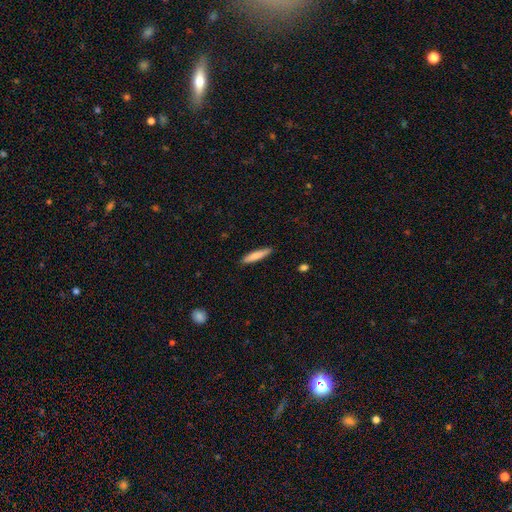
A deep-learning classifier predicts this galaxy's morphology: Smooth or featured? Predicted: smooth (p=0.79). How rounded? Predicted: cigar-shaped (p=0.89). Merging? Predicted: none (p=0.88).